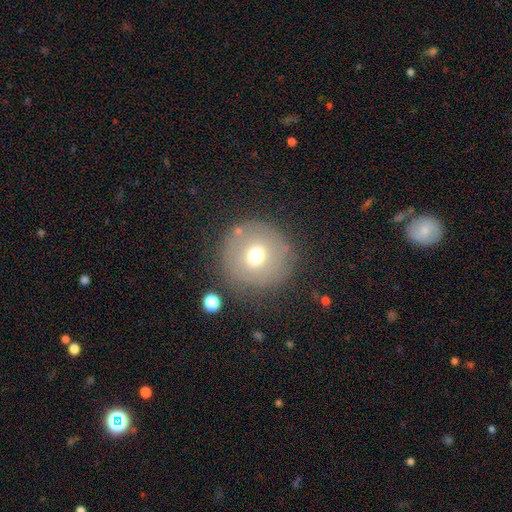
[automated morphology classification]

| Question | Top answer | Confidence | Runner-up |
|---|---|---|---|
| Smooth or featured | smooth | 63% | featured or disk (24%) |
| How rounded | round | 94% | in between (5%) |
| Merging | none | 81% | minor disturbance (11%) |